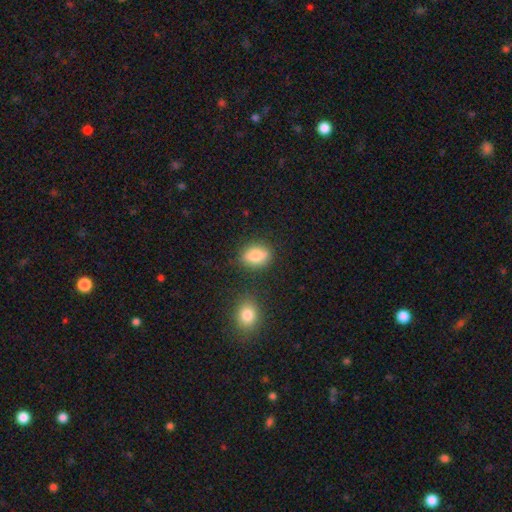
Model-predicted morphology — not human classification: This is likely a smooth galaxy (73%). How rounded: likely in between (67%). Merging: likely none (80%).